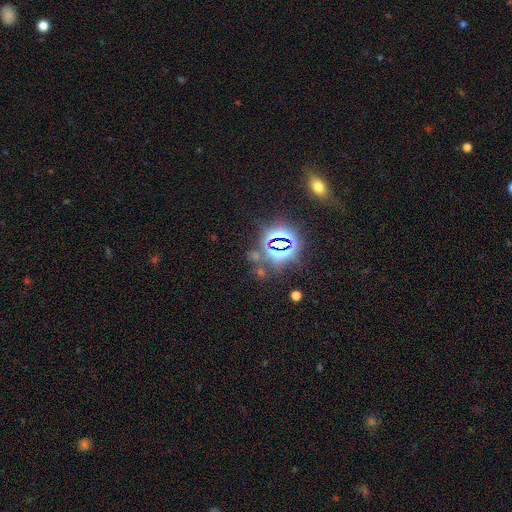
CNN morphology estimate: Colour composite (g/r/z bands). It shows a star or artifact, not a galaxy (77%).